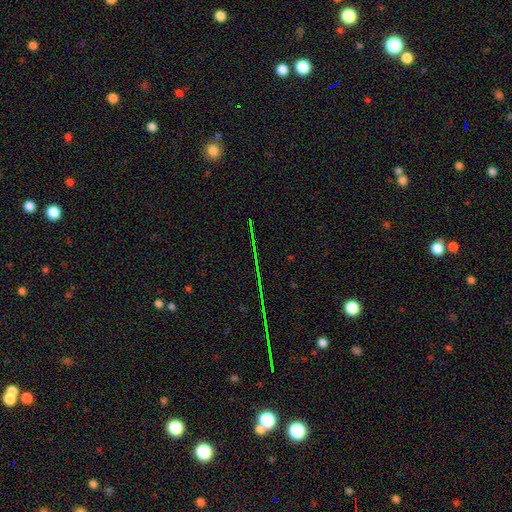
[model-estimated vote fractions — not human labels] This appears to be a star or artifact, not a galaxy (74%).